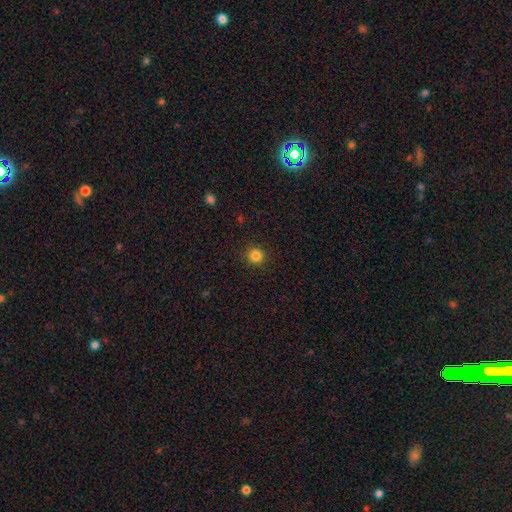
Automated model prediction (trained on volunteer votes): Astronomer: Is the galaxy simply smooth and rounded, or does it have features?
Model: smooth — 84%.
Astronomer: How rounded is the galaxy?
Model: round — 94%.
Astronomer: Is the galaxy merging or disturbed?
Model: none — 92%.